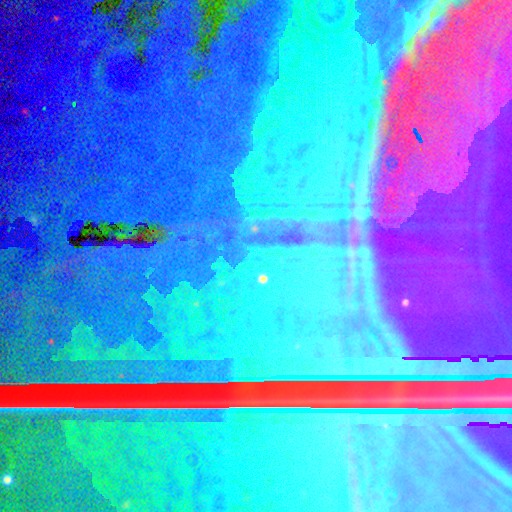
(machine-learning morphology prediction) A star or artifact, not a galaxy (88%).